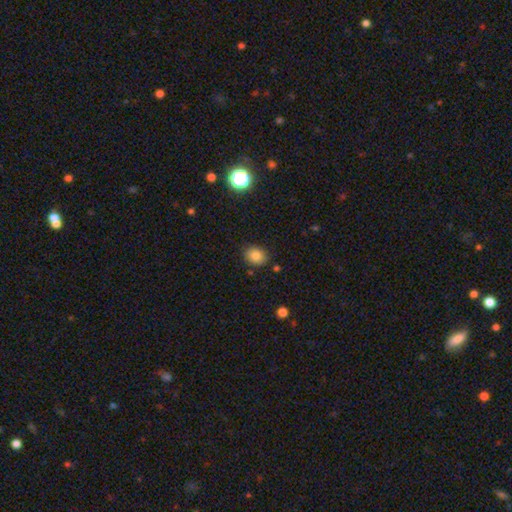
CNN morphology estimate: Q: Smooth or featured?
A: smooth (82%); runner-up: star or artifact (11%)
Q: How rounded?
A: round (58%); runner-up: in between (41%)
Q: Merging?
A: none (85%); runner-up: minor disturbance (11%)